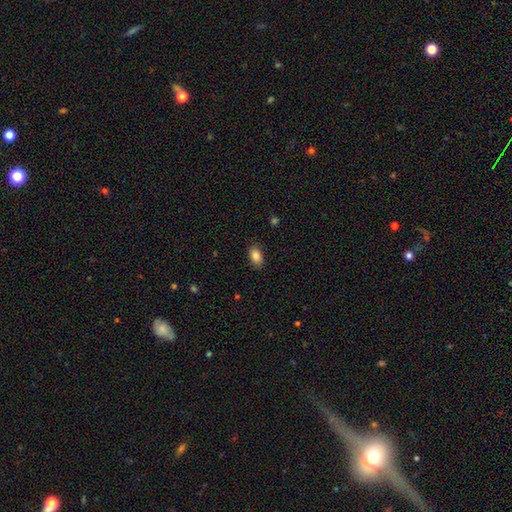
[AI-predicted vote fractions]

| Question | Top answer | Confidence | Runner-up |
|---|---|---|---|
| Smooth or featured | smooth | 87% | star or artifact (8%) |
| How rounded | in between | 91% | round (7%) |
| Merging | none | 86% | minor disturbance (11%) |